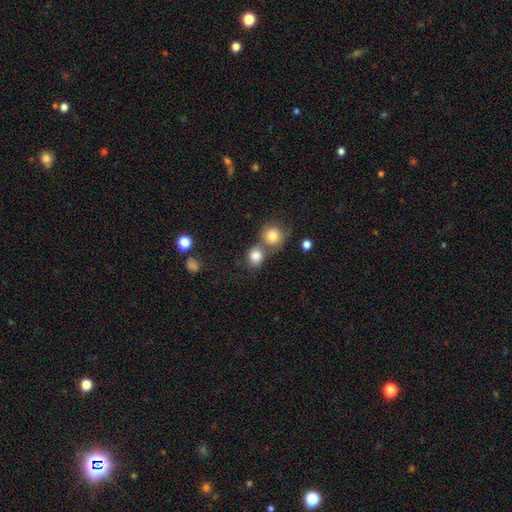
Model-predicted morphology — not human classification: smooth-or-featured: smooth: 83% | star or artifact: 9% | featured or disk: 7%
  how-rounded: round: 74% | in between: 25% | cigar-shaped: 1%
  merging: none: 45% | merger: 41% | minor disturbance: 9% | major disturbance: 4%